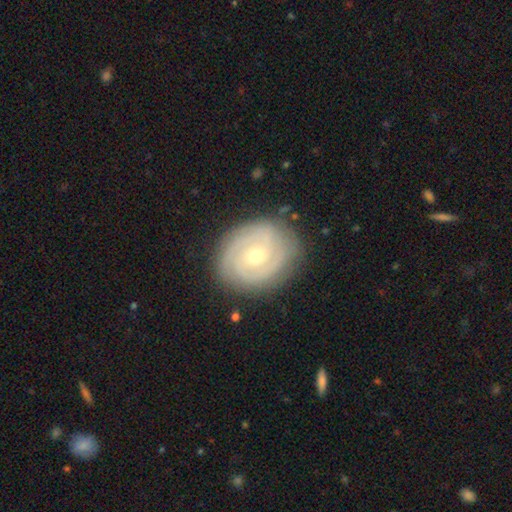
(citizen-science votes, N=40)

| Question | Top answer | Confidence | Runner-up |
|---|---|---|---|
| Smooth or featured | featured or disk | 75% | smooth (20%) |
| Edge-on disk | no | 93% | yes (7%) |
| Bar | no | 64% | weak (21%) |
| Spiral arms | yes | 100% | — |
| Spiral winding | tight | 54% | medium (43%) |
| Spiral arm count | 2 | 86% | 3 (7%) |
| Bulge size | small | 64% | moderate (36%) |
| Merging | none | 89% | minor disturbance (11%) |